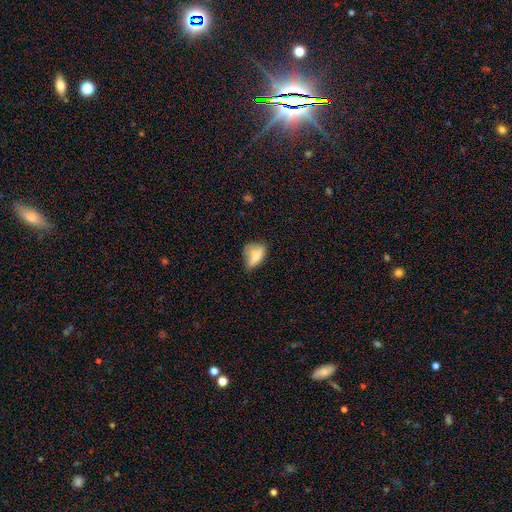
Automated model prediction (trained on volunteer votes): smooth-or-featured: smooth: 70% | featured or disk: 20% | star or artifact: 11%
  how-rounded: in between: 77% | round: 16% | cigar-shaped: 7%
  merging: none: 38% | minor disturbance: 36% | major disturbance: 21% | merger: 5%